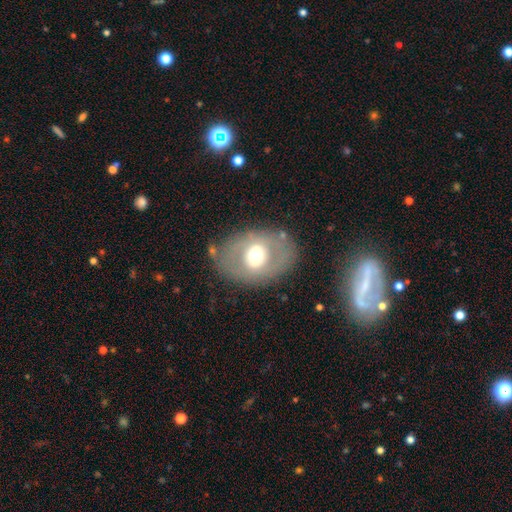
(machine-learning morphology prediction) Q: Smooth or featured?
A: featured or disk (49%); runner-up: smooth (43%)
Q: Merging?
A: none (75%); runner-up: minor disturbance (14%)